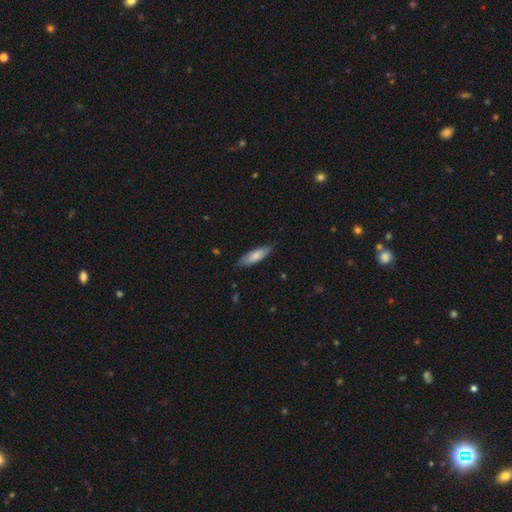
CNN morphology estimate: Smooth or featured: smooth — 77% (featured or disk — 17%)
How rounded: cigar-shaped — 50% (in between — 49%)
Merging: none — 77% (minor disturbance — 19%)